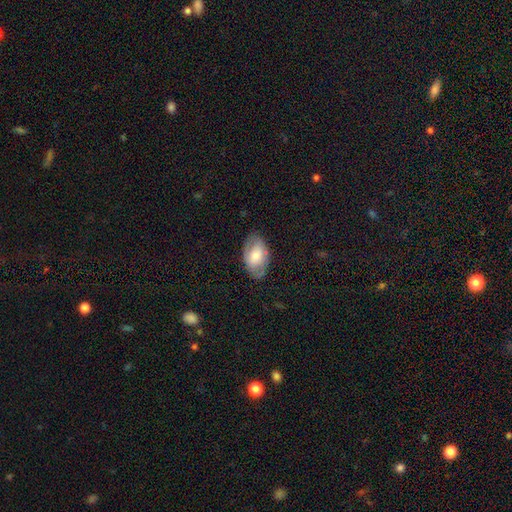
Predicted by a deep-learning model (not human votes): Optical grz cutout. It shows a smooth galaxy with no disk features (59%) that is in between round and cigar-shaped (90%). Merging: none (75%).